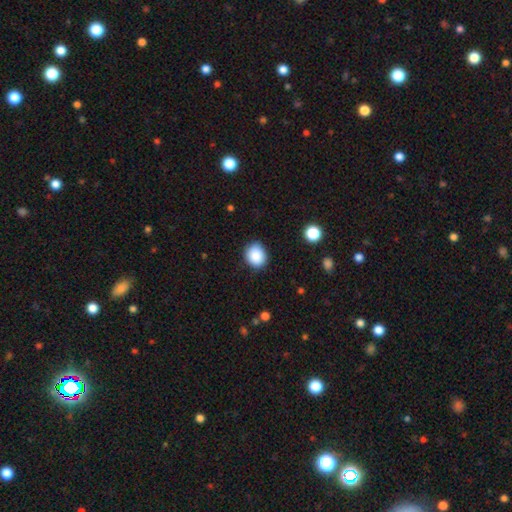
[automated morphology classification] This appears to be a smooth galaxy with no disk features (87%) that is round (62%). Merging: none (83%).